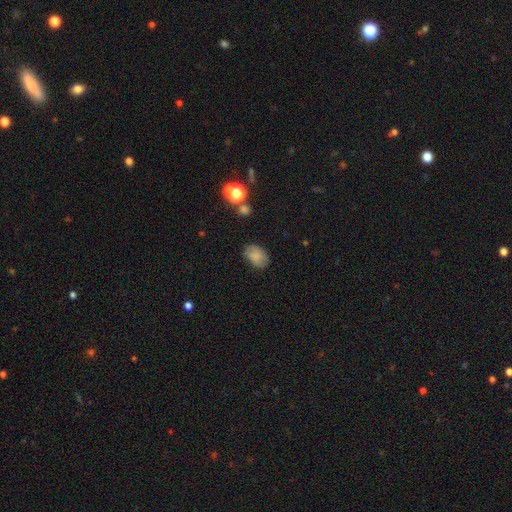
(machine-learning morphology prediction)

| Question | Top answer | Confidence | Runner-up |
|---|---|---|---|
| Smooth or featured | smooth | 79% | featured or disk (11%) |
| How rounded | in between | 83% | round (15%) |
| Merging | none | 73% | minor disturbance (20%) |